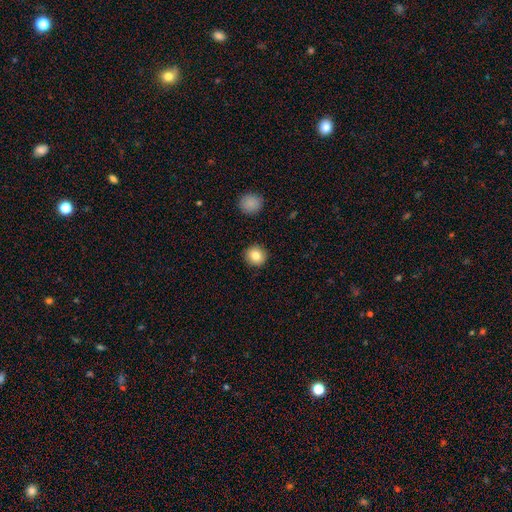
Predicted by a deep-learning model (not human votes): This appears to be a smooth galaxy with no disk features (83%) that is round (93%). Merging: none (91%).